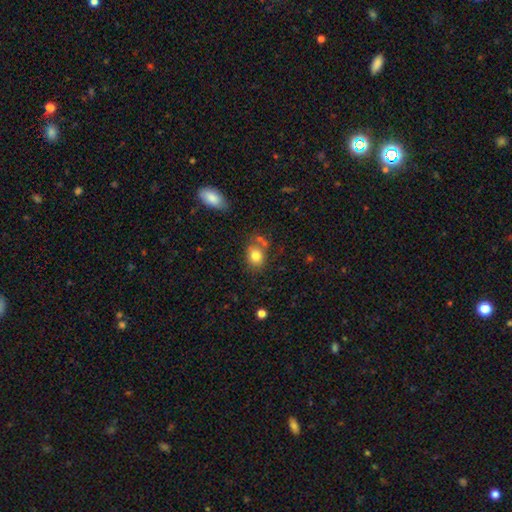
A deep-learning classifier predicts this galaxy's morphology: Smooth or featured?
  - smooth: 81% *
  - star or artifact: 10%
  - featured or disk: 9%
How rounded?
  - round: 54% *
  - in between: 45%
  - cigar-shaped: 1%
Merging?
  - none: 62% *
  - minor disturbance: 18%
  - merger: 14%
  - major disturbance: 6%